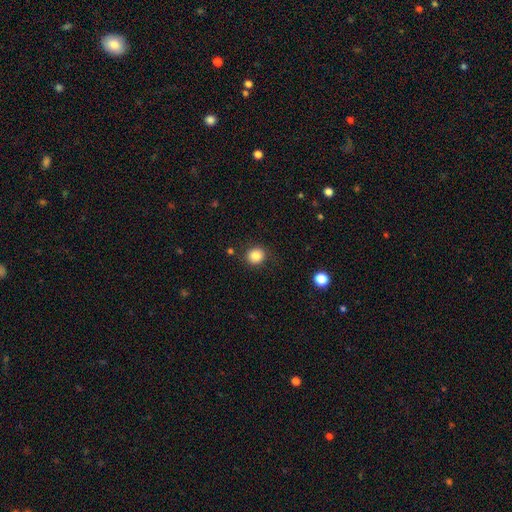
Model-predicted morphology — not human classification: A smooth galaxy with no disk features (84%) that is round (87%). Merging: none (88%).